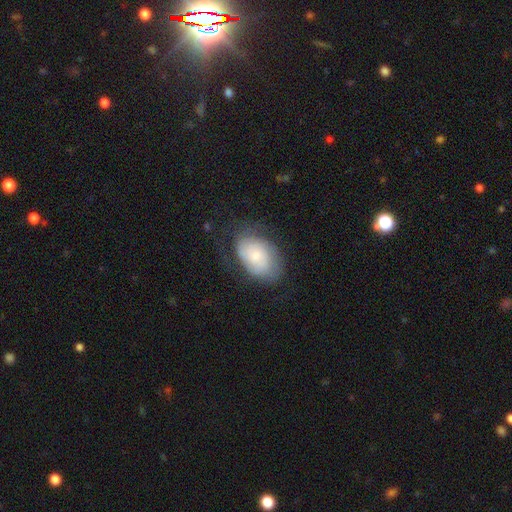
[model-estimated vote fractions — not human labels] Morphology: type=smooth (53%); roundness=in between (87%); merging=none (60%).